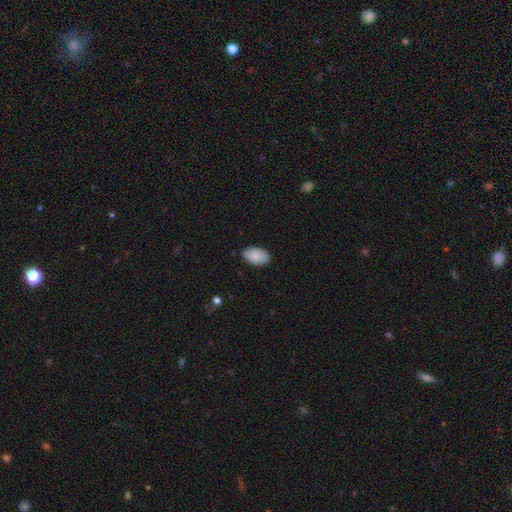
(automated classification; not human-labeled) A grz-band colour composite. It shows a smooth galaxy with no disk features (87%) that is in between round and cigar-shaped (94%). Merging: none (85%).